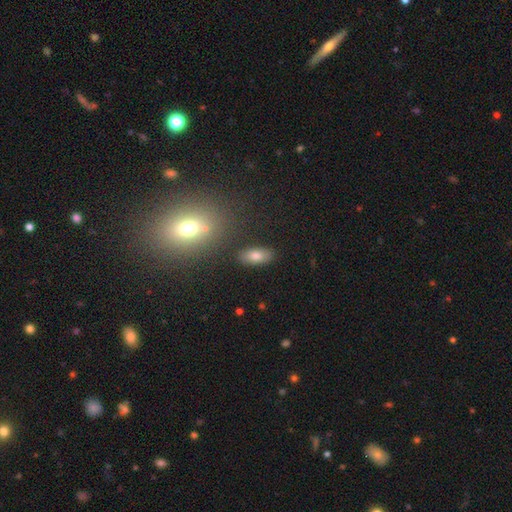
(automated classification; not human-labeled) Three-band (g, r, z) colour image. It shows a smooth galaxy with no disk features (74%) that is in between round and cigar-shaped (86%). Merging: none (84%).